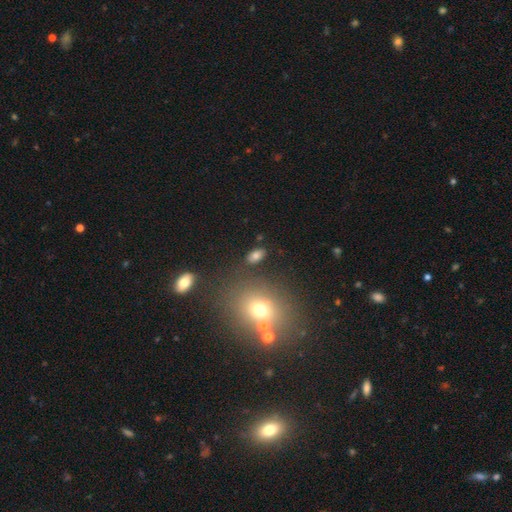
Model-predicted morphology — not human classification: This appears to be a smooth galaxy with no disk features (78%) that is in between round and cigar-shaped (89%). Merging: none (83%).